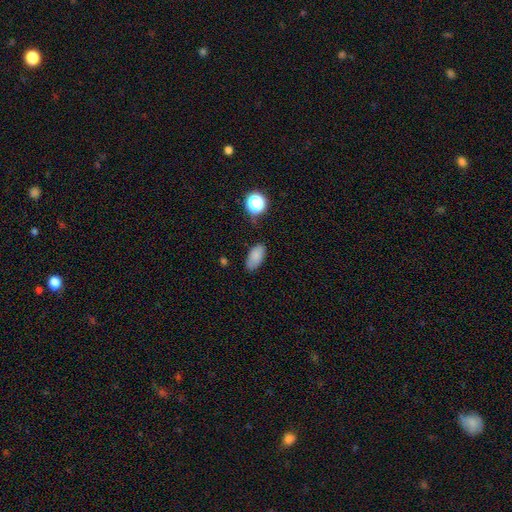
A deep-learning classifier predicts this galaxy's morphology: This is clearly a smooth galaxy (84%). How rounded: clearly in between (92%). Merging: likely none (74%).